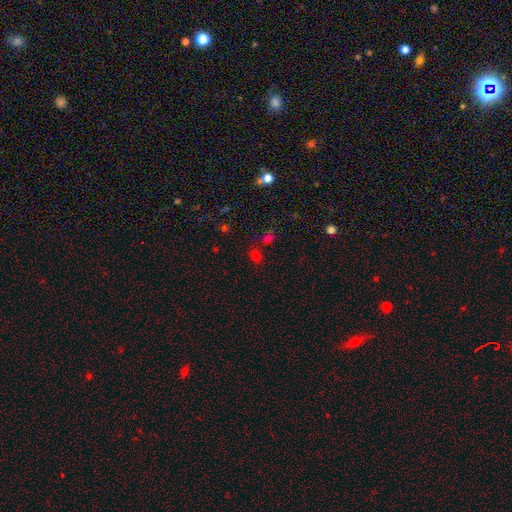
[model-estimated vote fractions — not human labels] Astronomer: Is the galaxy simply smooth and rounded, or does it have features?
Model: smooth — 62%.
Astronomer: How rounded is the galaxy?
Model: round — 72%.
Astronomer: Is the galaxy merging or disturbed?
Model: none — 70%.